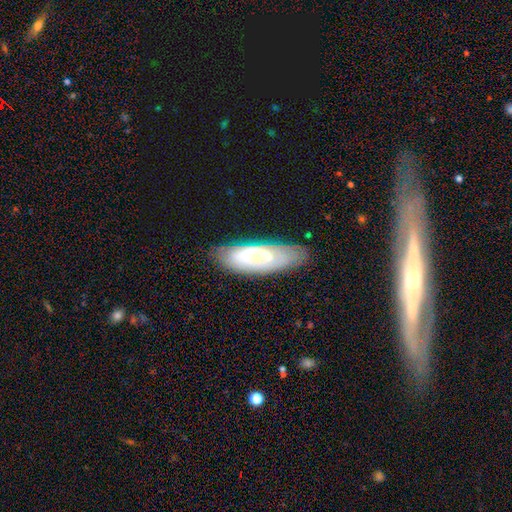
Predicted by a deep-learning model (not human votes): featured or disk 57%, smooth 35%, star or artifact 8%. Down the decision tree: edge-on disk — no (80%); merging — none (74%).